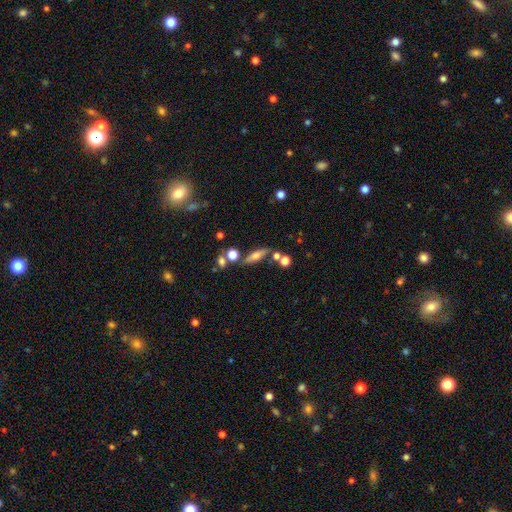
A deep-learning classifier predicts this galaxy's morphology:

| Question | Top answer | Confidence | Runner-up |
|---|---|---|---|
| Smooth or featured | smooth | 45% | featured or disk (44%) |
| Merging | none | 67% | merger (14%) |